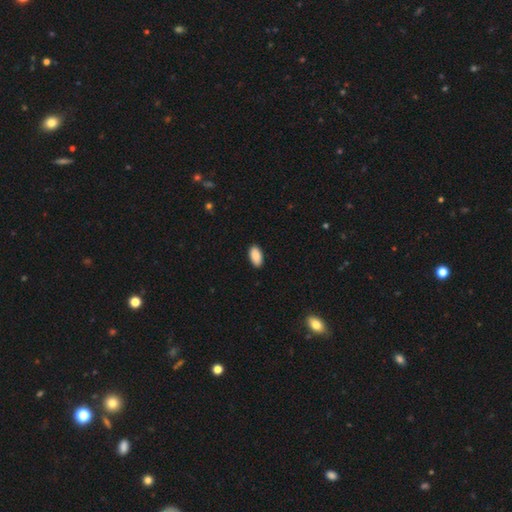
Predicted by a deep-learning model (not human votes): Smooth or featured? Predicted: smooth (p=0.90). How rounded? Predicted: in between (p=0.95). Merging? Predicted: none (p=0.89).